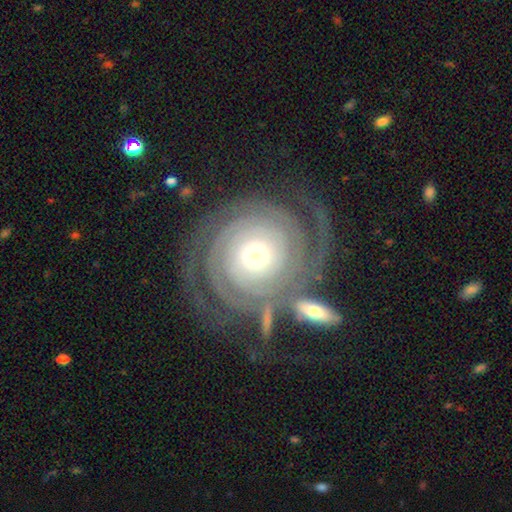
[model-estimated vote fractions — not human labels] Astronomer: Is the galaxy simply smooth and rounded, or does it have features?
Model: featured or disk — 90%.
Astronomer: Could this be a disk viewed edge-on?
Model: no — 97%.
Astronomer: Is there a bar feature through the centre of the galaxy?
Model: no — 79%.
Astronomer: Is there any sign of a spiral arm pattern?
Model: yes — 98%.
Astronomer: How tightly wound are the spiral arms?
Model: tight — 84%.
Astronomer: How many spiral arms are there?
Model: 2 — 56%.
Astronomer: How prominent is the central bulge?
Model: moderate — 58%.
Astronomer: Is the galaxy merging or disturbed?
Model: none — 67%.